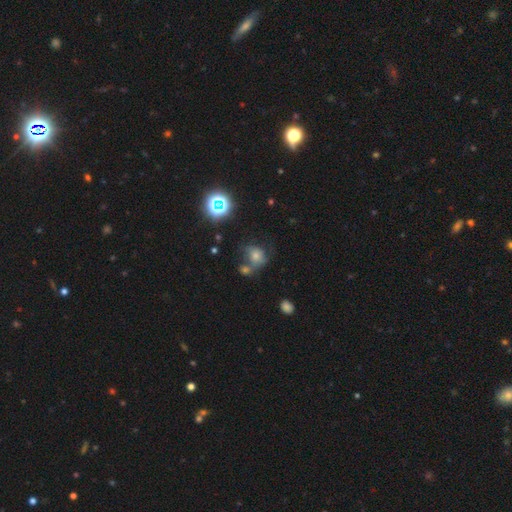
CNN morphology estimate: This appears to be a smooth galaxy with no disk features (49%). Merging: none (42%).